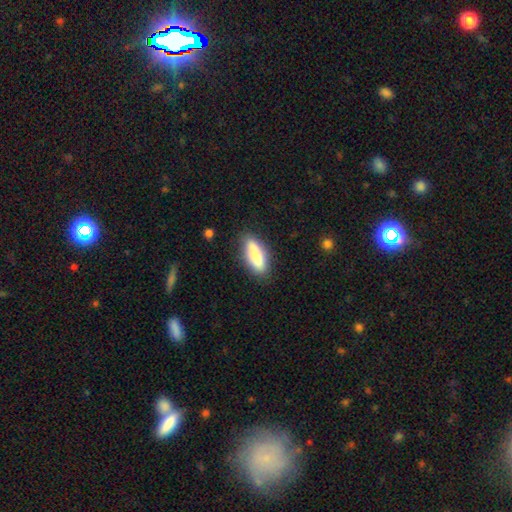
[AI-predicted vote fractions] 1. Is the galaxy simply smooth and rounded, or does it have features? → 75% smooth, 19% featured or disk, 6% star or artifact.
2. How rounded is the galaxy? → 51% in between, 47% cigar-shaped, 2% round.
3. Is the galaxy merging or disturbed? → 84% none, 12% minor disturbance, 3% major disturbance, 2% merger.